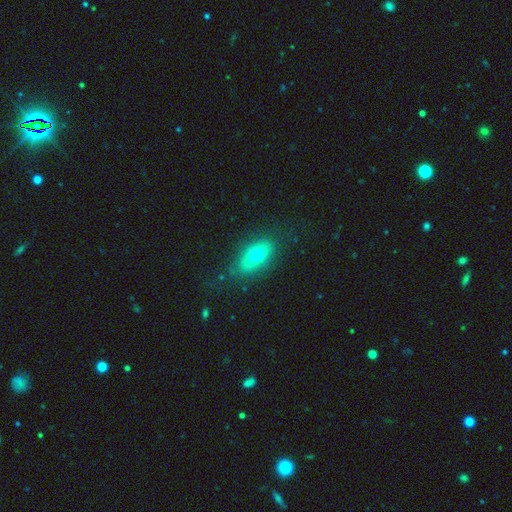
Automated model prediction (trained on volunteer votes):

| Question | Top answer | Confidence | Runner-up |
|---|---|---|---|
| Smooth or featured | smooth | 64% | featured or disk (27%) |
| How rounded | in between | 76% | cigar-shaped (17%) |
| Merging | none | 78% | minor disturbance (15%) |